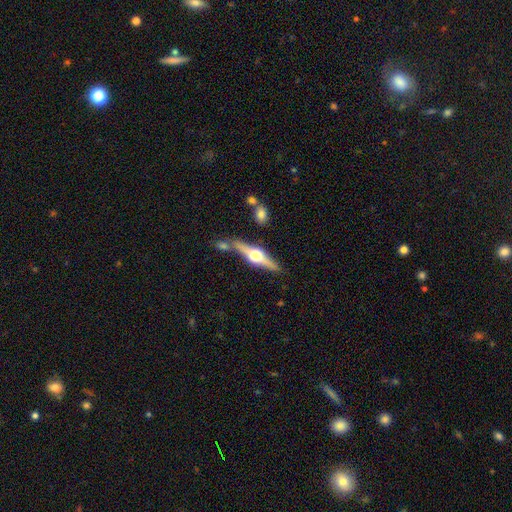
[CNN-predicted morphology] Smooth or featured: featured or disk — 78% (smooth — 16%)
Edge-on disk: yes — 97% (no — 3%)
Edge-on bulge: rounded — 95% (boxy — 4%)
Merging: none — 75% (minor disturbance — 12%)